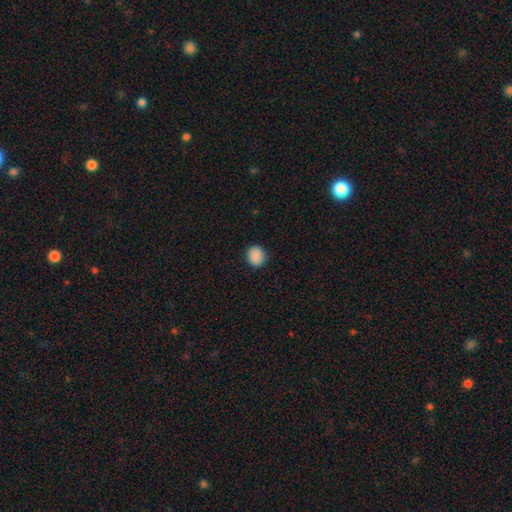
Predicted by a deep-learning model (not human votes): Smooth or featured? smooth (89%)
How rounded? round (76%)
Merging? none (90%)